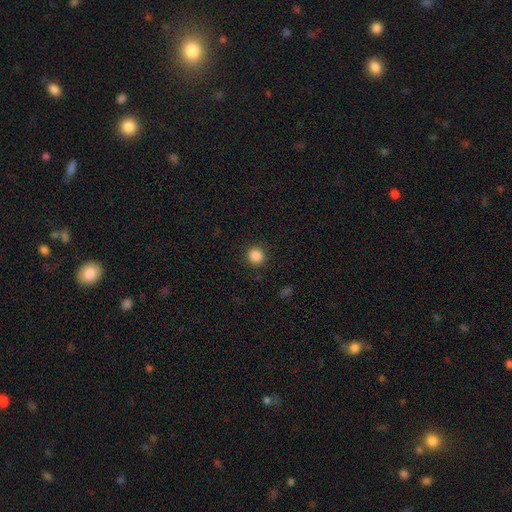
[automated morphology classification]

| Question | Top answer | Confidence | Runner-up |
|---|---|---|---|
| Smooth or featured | smooth | 86% | star or artifact (10%) |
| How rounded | round | 91% | in between (8%) |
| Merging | none | 91% | minor disturbance (6%) |